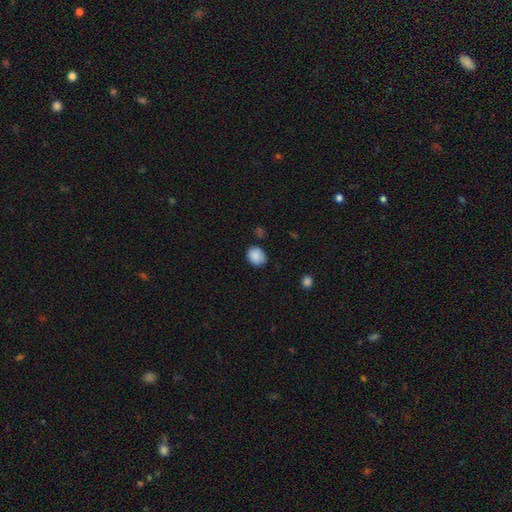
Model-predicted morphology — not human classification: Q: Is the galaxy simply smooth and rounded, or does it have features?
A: smooth — 88%.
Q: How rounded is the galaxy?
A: round — 62%.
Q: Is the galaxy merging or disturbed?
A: none — 77%.